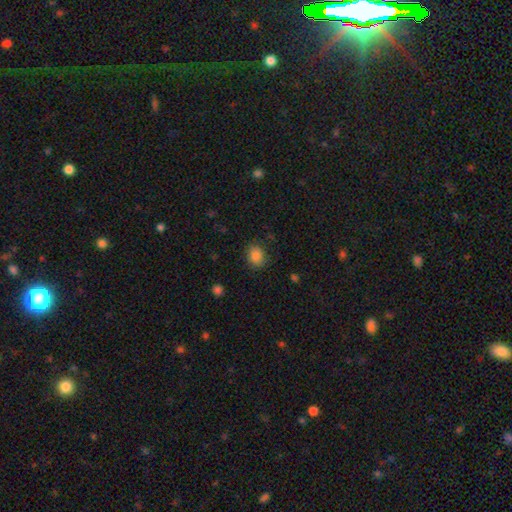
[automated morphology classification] The model was most divided on "how rounded": round: 59%, in between: 40%, cigar-shaped: 1%. More confident: smooth or featured — smooth (85%); merging — none (83%).